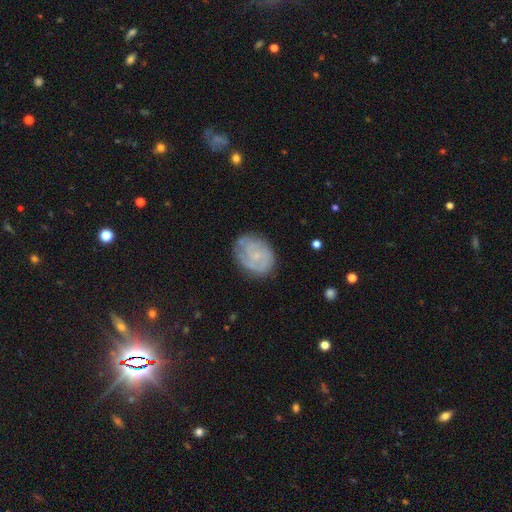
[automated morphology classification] smooth-or-featured: featured or disk: 67% | smooth: 26% | star or artifact: 7%
  disk-edge-on: no: 98% | yes: 2%
    bar: no: 74% | weak: 23% | strong: 3%
    has-spiral-arms: yes: 85% | no: 15%
      spiral-winding: tight: 62% | medium: 28% | loose: 10%
      spiral-arm-count: can't tell: 38% | 2: 32% | 3: 14% | 1: 7% | 4: 5% | more than 4: 4%
    bulge-size: small: 73% | moderate: 13% | none: 12% | large: 1% | dominant: 1%
  merging: none: 72% | minor disturbance: 20% | major disturbance: 7% | merger: 2%